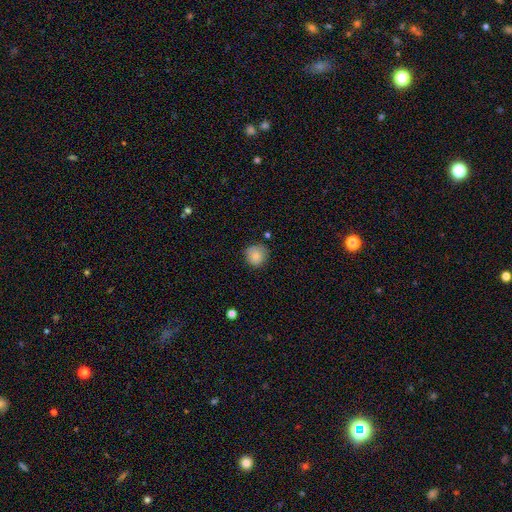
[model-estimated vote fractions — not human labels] smooth-or-featured: smooth: 81% | featured or disk: 10% | star or artifact: 9%
  how-rounded: round: 91% | in between: 8% | cigar-shaped: 1%
  merging: none: 75% | minor disturbance: 19% | major disturbance: 3% | merger: 2%